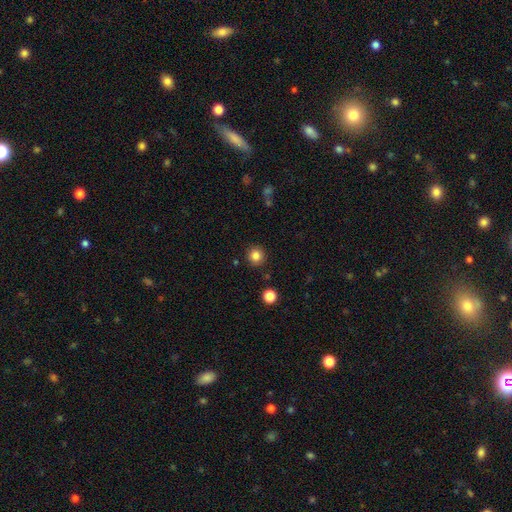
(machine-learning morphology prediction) Smooth or featured? Predicted: smooth (p=0.83). How rounded? Predicted: round (p=0.94). Merging? Predicted: none (p=0.90).